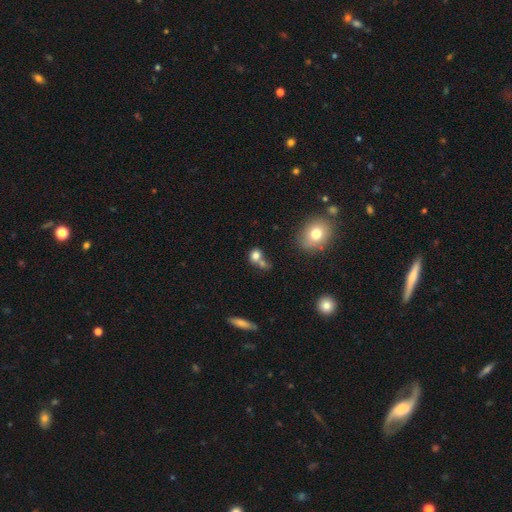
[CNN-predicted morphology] This is likely a smooth galaxy (77%). How rounded: likely round (66%). Merging: possibly merger (46%).